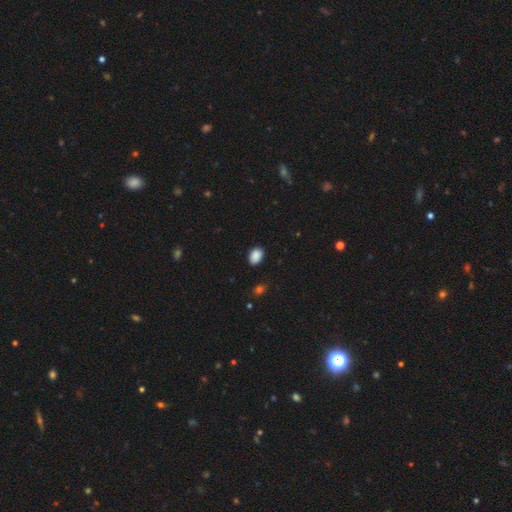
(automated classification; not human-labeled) This appears to be a smooth galaxy with no disk features (89%) that is in between round and cigar-shaped (80%). Merging: none (86%).